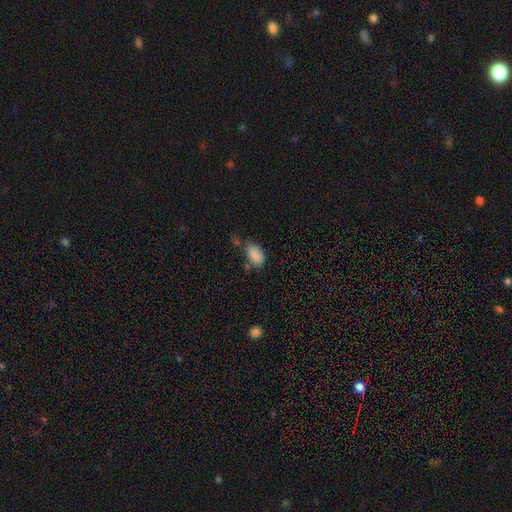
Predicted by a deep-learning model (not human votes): Smooth or featured: smooth — 87% (star or artifact — 9%)
How rounded: in between — 93% (round — 5%)
Merging: none — 54% (minor disturbance — 27%)